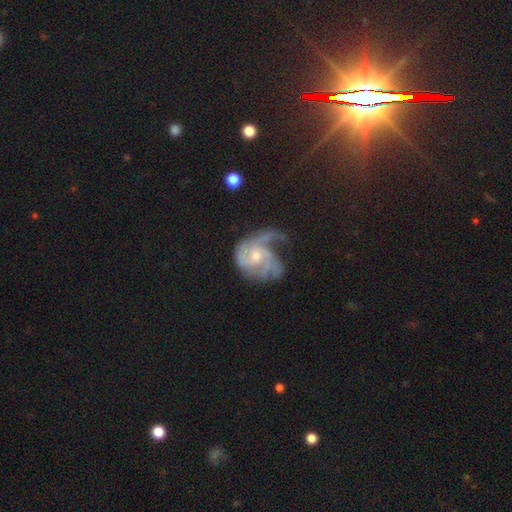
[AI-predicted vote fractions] smooth-or-featured: featured or disk: 88% | smooth: 7% | star or artifact: 5%
  disk-edge-on: no: 98% | yes: 2%
    bar: no: 65% | weak: 30% | strong: 5%
    has-spiral-arms: yes: 96% | no: 4%
      spiral-winding: medium: 46% | tight: 37% | loose: 17%
      spiral-arm-count: 3: 38% | 2: 29% | can't tell: 14% | 1: 8% | 4: 7% | more than 4: 5%
    bulge-size: moderate: 50% | small: 43% | none: 3% | large: 3% | dominant: 1%
  merging: none: 36% | major disturbance: 34% | minor disturbance: 26% | merger: 3%